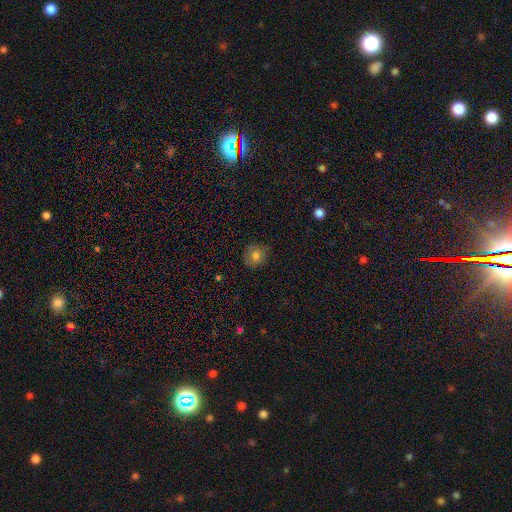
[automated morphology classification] A smooth galaxy with no disk features (77%) that is round (86%). Merging: none (83%).